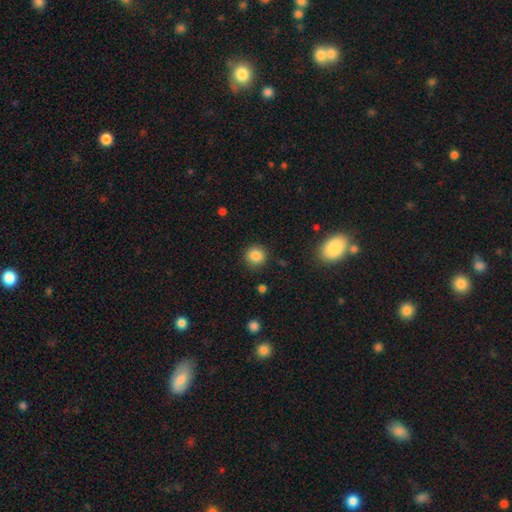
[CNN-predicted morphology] Smooth or featured: smooth — 85% (star or artifact — 10%)
How rounded: round — 90% (in between — 9%)
Merging: none — 89% (minor disturbance — 7%)